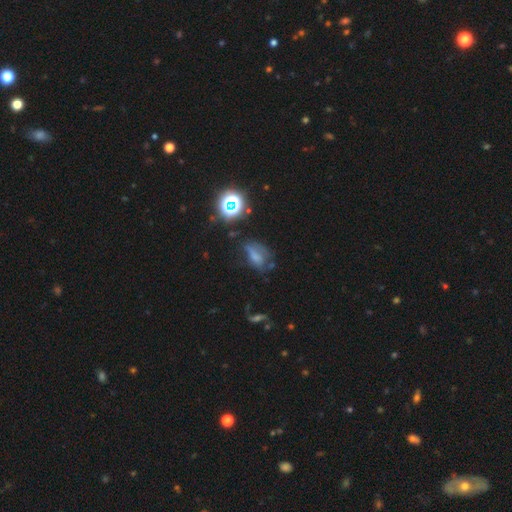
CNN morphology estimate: A smooth galaxy with no disk features (46%).

Vote fractions:
- Smooth or featured? smooth: 46% / featured or disk: 28% / star or artifact: 25%
- Merging? none: 39% / minor disturbance: 29% / major disturbance: 27% / merger: 6%